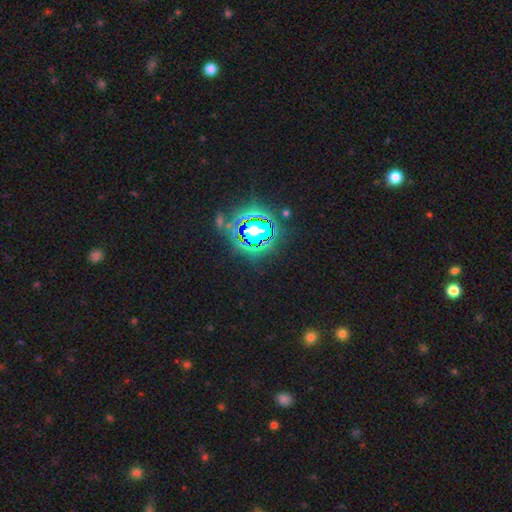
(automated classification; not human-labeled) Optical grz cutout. It shows a star or artifact, not a galaxy (77%).